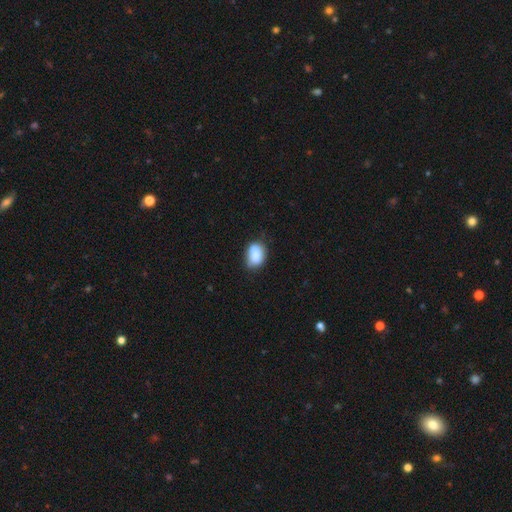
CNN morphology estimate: Overall: smooth (86%). How rounded: in between (79%). Merging: none (66%; minor disturbance 26%).